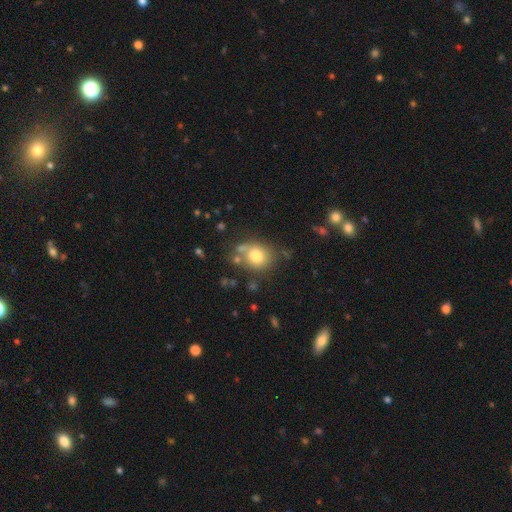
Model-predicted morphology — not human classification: Q: Smooth or featured?
A: smooth (77%); runner-up: featured or disk (13%)
Q: How rounded?
A: round (66%); runner-up: in between (33%)
Q: Merging?
A: none (60%); runner-up: minor disturbance (20%)